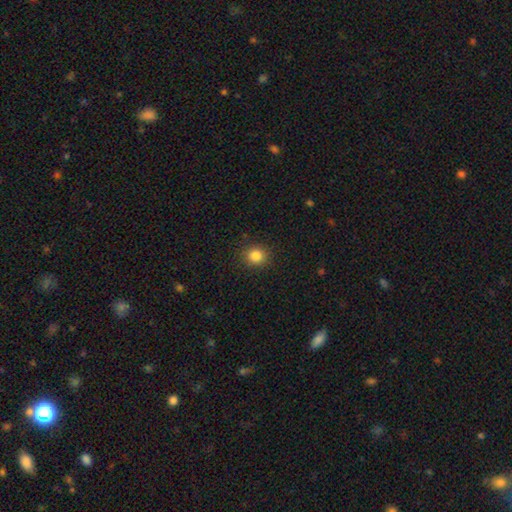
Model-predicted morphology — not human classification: Smooth or featured?
  - smooth: 85% *
  - star or artifact: 11%
  - featured or disk: 4%
How rounded?
  - round: 85% *
  - in between: 14%
  - cigar-shaped: 1%
Merging?
  - none: 90% *
  - minor disturbance: 7%
  - major disturbance: 2%
  - merger: 1%